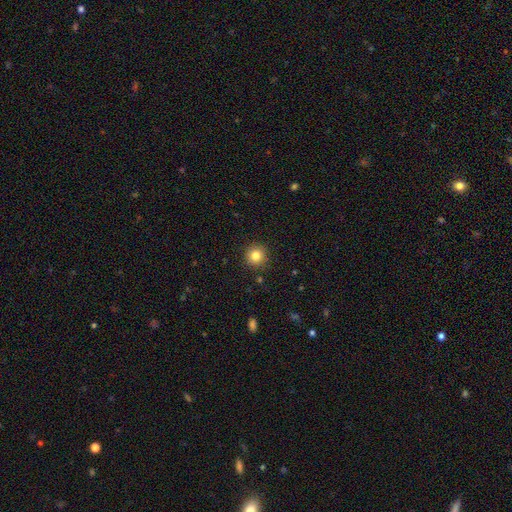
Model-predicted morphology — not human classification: type=smooth (83%); roundness=round (94%); merging=none (91%).